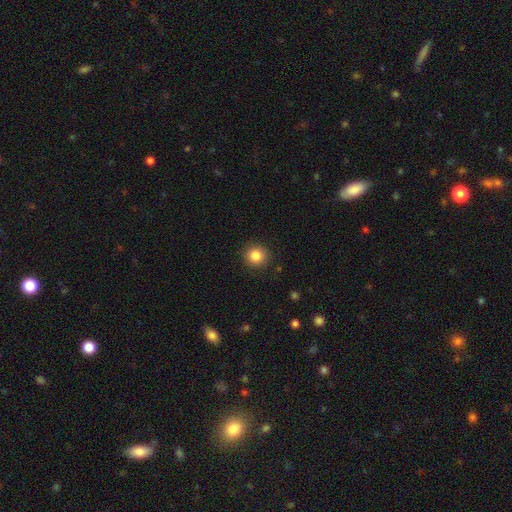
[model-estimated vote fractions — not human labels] A smooth galaxy with no disk features (84%) that is round (91%).

Vote fractions:
- Smooth or featured? smooth: 84% / star or artifact: 10% / featured or disk: 5%
- How rounded? round: 91% / in between: 8% / cigar-shaped: 1%
- Merging? none: 91% / minor disturbance: 6% / major disturbance: 2% / merger: 1%